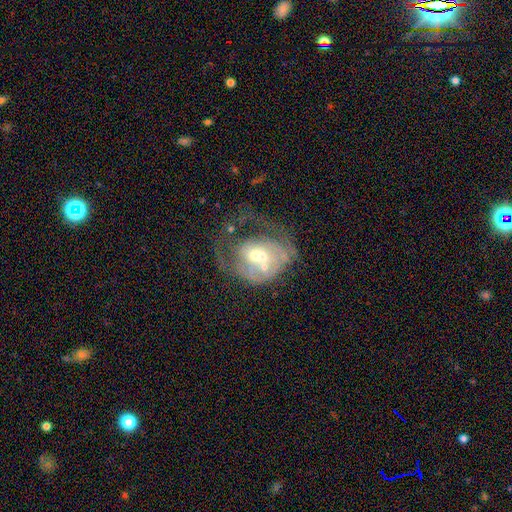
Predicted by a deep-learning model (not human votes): Q: Smooth or featured?
A: featured or disk (66%); runner-up: smooth (26%)
Q: Edge-on disk?
A: no (97%); runner-up: yes (3%)
Q: Bar?
A: no (75%); runner-up: weak (20%)
Q: Spiral arms?
A: no (51%); runner-up: yes (49%)
Q: Bulge size?
A: moderate (52%); runner-up: small (33%)
Q: Merging?
A: merger (44%); runner-up: major disturbance (29%)